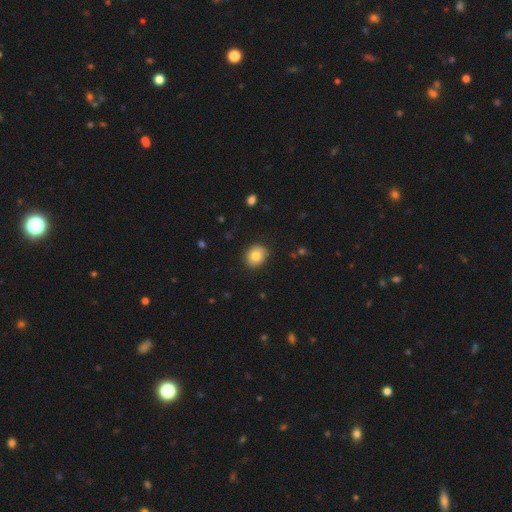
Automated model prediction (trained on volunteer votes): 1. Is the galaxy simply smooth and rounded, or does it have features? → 81% smooth, 11% featured or disk, 9% star or artifact.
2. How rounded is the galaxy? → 60% round, 40% in between, 1% cigar-shaped.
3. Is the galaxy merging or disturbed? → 87% none, 10% minor disturbance, 2% major disturbance, 1% merger.